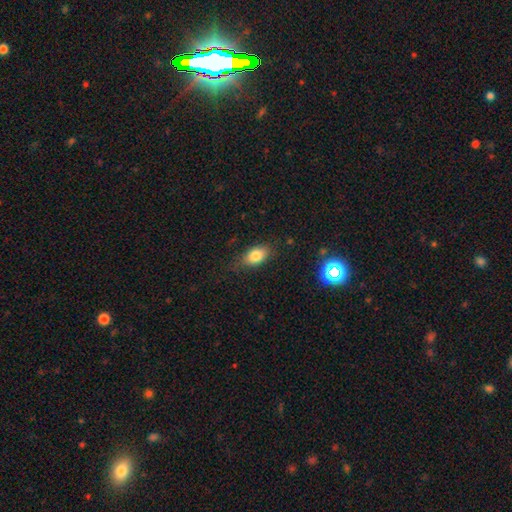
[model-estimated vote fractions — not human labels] A smooth galaxy with no disk features (80%) that is in between round and cigar-shaped (86%). Merging: none (77%).